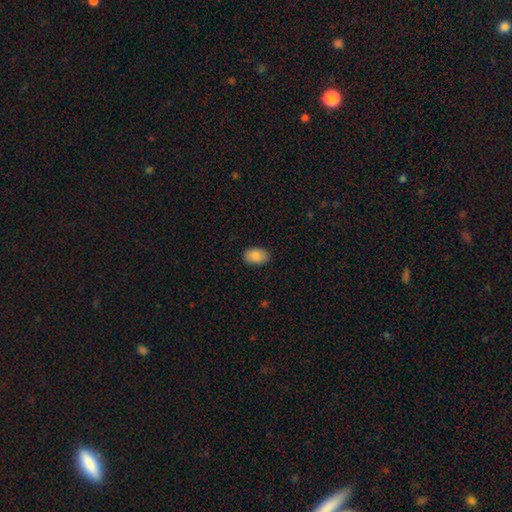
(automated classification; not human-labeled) A smooth galaxy with no disk features (89%) that is in between round and cigar-shaped (89%). Merging: none (88%).